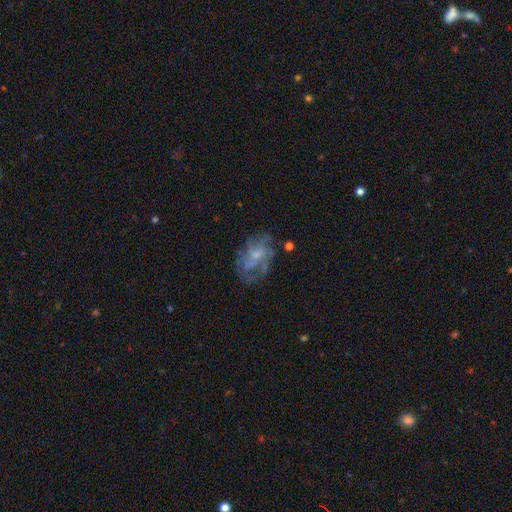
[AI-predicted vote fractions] smooth-or-featured: featured or disk: 69% | smooth: 21% | star or artifact: 10%
  disk-edge-on: no: 97% | yes: 3%
    bar: no: 72% | weak: 24% | strong: 4%
    has-spiral-arms: yes: 67% | no: 33%
    bulge-size: small: 53% | moderate: 32% | none: 12% | large: 2% | dominant: 1%
  merging: none: 57% | minor disturbance: 20% | major disturbance: 20% | merger: 3%